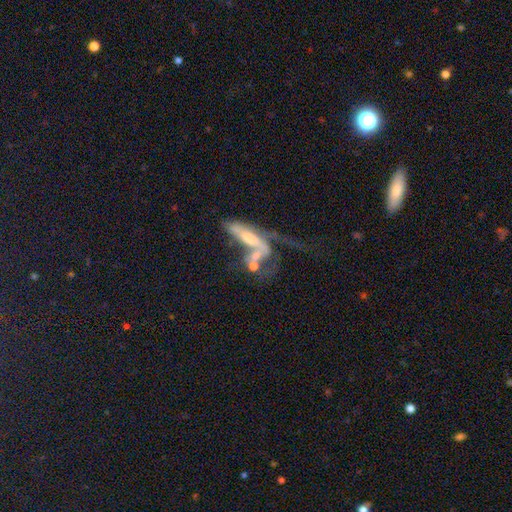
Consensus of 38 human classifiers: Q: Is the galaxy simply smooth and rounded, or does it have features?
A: featured or disk — 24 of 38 (63%).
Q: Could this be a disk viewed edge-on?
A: no — 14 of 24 (58%).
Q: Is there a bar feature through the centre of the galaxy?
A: no — 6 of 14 (43%).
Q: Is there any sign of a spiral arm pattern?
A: yes — 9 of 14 (64%).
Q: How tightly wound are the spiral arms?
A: loose — 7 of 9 (78%).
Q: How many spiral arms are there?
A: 2 — 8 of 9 (89%).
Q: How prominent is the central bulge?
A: moderate — 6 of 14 (43%).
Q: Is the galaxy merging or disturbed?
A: merger — 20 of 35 (57%).